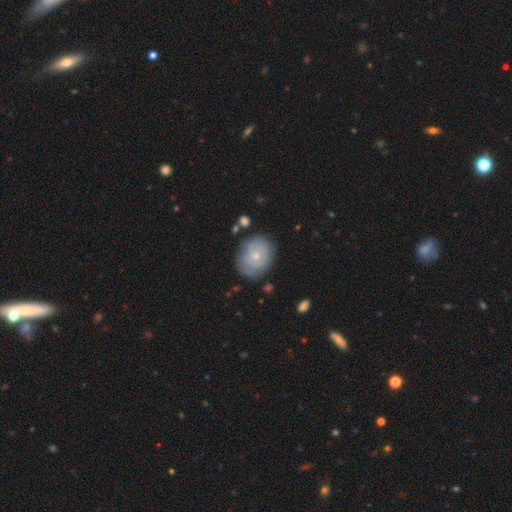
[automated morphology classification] A smooth galaxy with no disk features (57%) that is round (59%). Merging: none (71%).